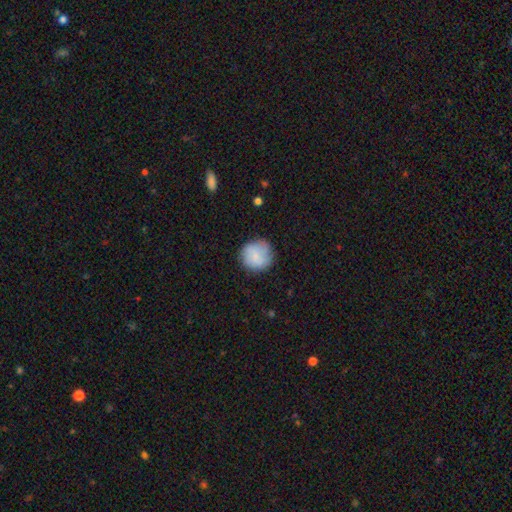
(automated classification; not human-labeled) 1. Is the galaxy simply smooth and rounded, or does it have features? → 75% smooth, 17% featured or disk, 8% star or artifact.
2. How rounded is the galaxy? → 92% round, 7% in between, 1% cigar-shaped.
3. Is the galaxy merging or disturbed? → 78% none, 15% minor disturbance, 5% major disturbance, 1% merger.